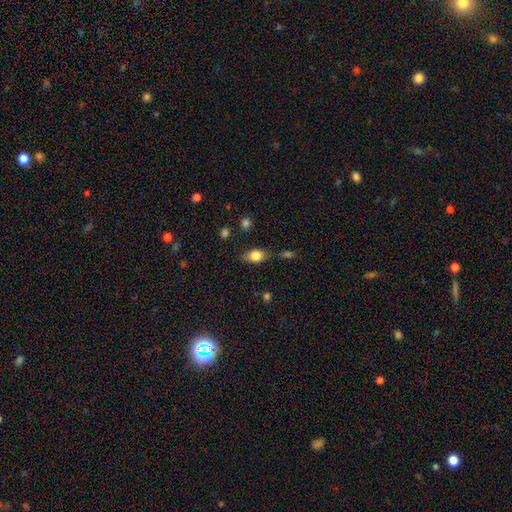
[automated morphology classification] Smooth or featured: smooth — 77% (featured or disk — 14%)
How rounded: in between — 76% (round — 19%)
Merging: none — 74% (minor disturbance — 17%)